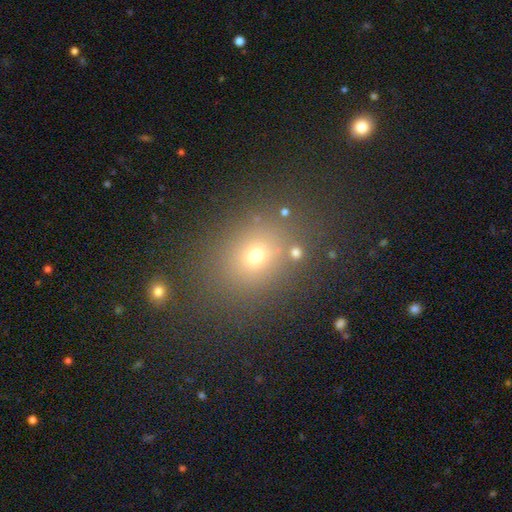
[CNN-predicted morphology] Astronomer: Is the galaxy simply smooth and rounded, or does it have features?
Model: smooth — 63%.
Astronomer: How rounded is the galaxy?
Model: round — 54% (runner-up: in between, 45%).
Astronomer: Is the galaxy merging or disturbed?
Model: none — 82%.